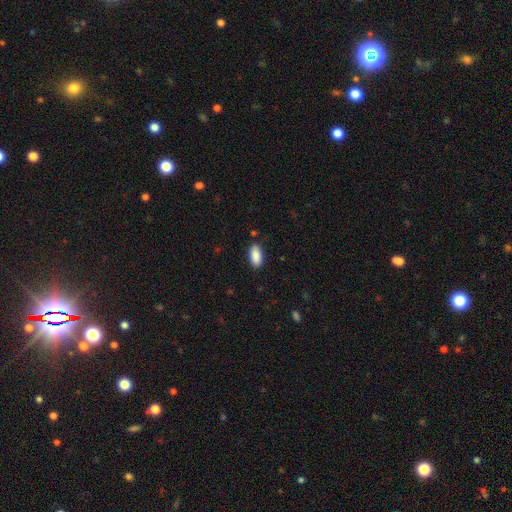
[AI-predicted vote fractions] Smooth or featured? smooth (89%)
How rounded? in between (92%)
Merging? none (86%)